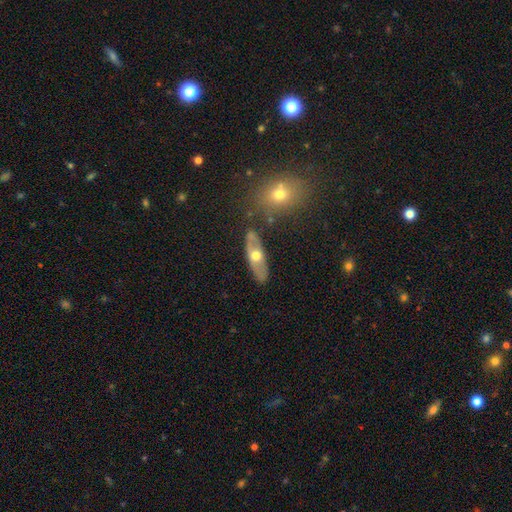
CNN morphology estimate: This appears to be a featured or disk galaxy (53%). Merging: none (78%).